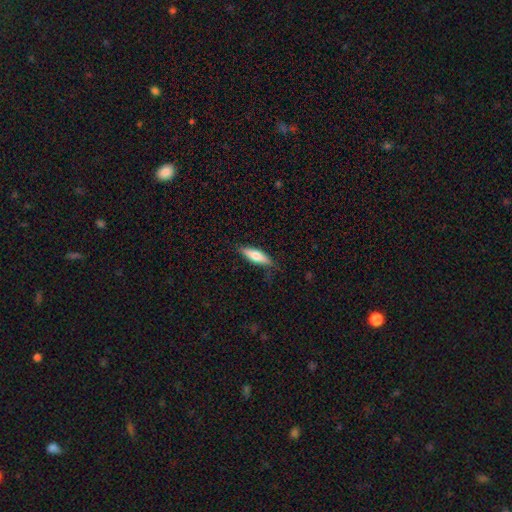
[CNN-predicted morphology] smooth-or-featured: smooth: 67% | featured or disk: 27% | star or artifact: 6%
  how-rounded: cigar-shaped: 53% | in between: 45% | round: 2%
  merging: none: 76% | minor disturbance: 19% | major disturbance: 4% | merger: 1%